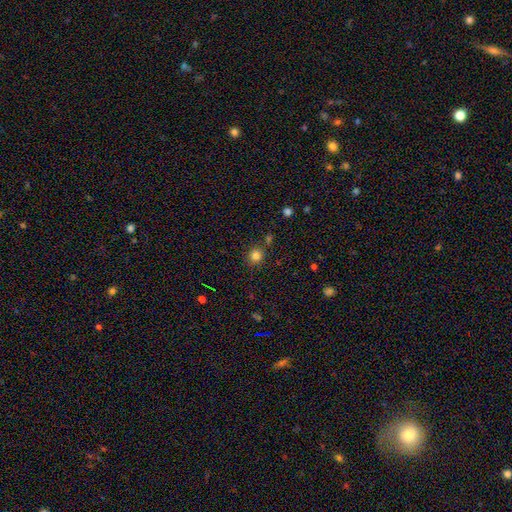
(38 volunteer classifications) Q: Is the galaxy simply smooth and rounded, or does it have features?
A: smooth — 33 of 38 (87%).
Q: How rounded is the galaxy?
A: round — 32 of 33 (97%).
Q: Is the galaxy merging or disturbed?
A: none — 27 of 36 (75%).